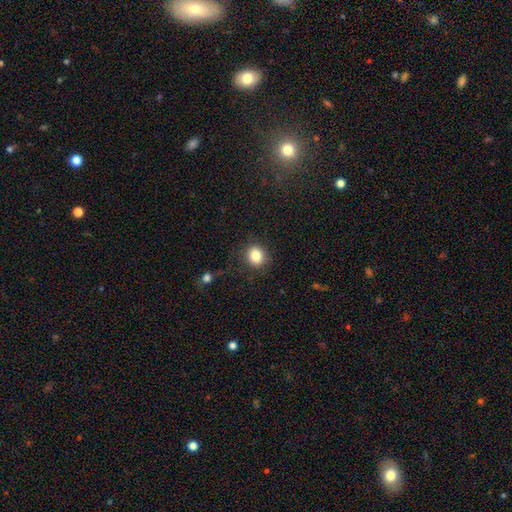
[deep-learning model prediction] This is clearly a smooth galaxy (84%). How rounded: likely round (73%). Merging: clearly none (86%).